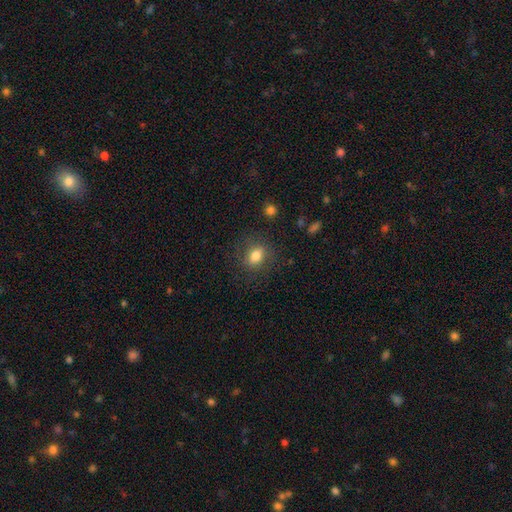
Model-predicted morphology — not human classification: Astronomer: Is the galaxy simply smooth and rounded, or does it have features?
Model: smooth — 80%.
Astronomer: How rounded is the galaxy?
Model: in between — 64%.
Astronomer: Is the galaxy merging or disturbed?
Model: none — 79%.